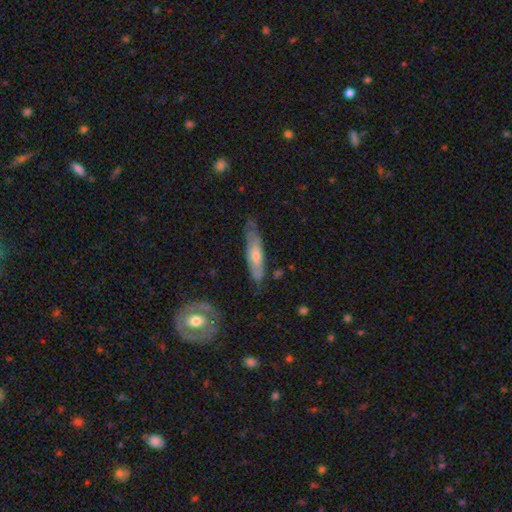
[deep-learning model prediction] A featured or disk galaxy (50%).

Vote fractions:
- Smooth or featured? featured or disk: 50% / smooth: 44% / star or artifact: 6%
- Merging? none: 67% / minor disturbance: 25% / major disturbance: 5% / merger: 2%